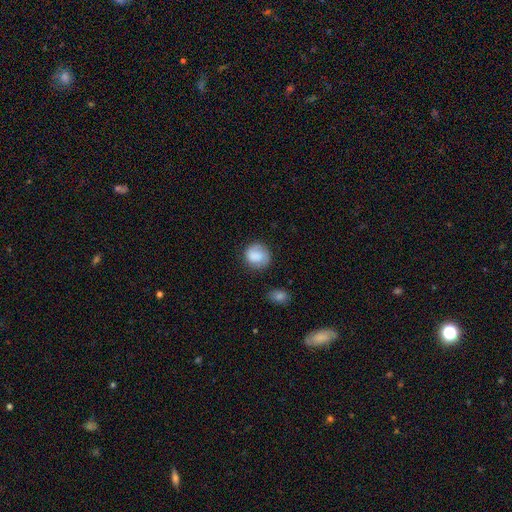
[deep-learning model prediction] Smooth or featured? smooth (80%)
How rounded? round (84%)
Merging? none (73%)